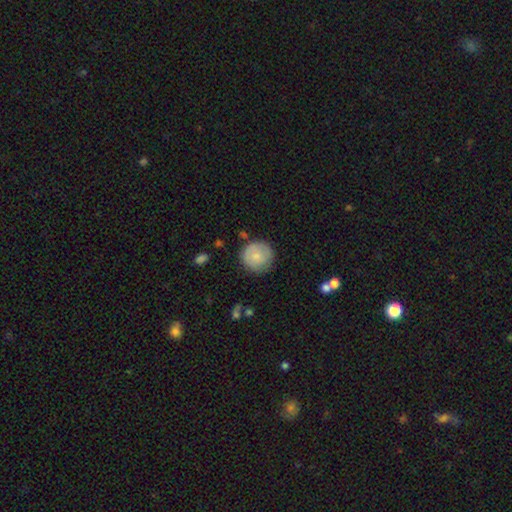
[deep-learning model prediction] Smooth or featured: smooth — 70% (featured or disk — 23%)
How rounded: round — 93% (in between — 6%)
Merging: none — 77% (minor disturbance — 17%)